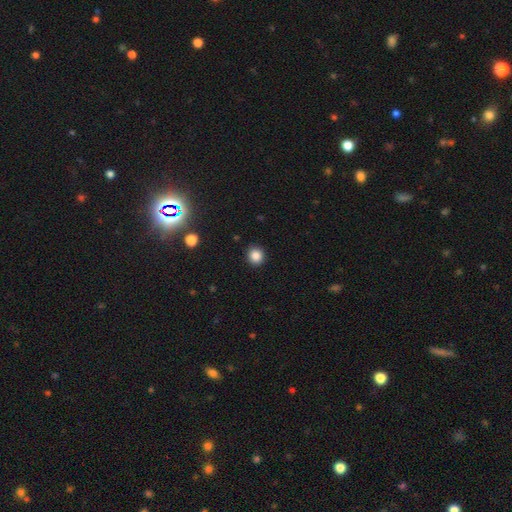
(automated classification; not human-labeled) A smooth galaxy with no disk features (85%) that is round (86%). Merging: none (91%).